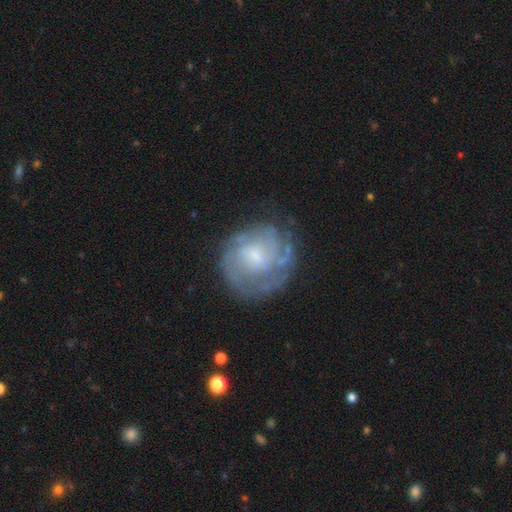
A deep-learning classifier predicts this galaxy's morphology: A featured or disk galaxy (73%) with no bar (63%), tight (58%) spiral arms (84%) and a small central bulge (50%).

Vote fractions:
- Smooth or featured? featured or disk: 73% / smooth: 19% / star or artifact: 8%
- Edge-on disk? no: 98% / yes: 2%
- Bar? no: 63% / weak: 32% / strong: 5%
- Spiral arms? yes: 84% / no: 16%
- Spiral winding? tight: 58% / medium: 31% / loose: 11%
- Spiral arm count? can't tell: 46% / 2: 18% / 3: 16% / 4: 8% / 1: 7% / more than 4: 5%
- Bulge size? small: 50% / moderate: 36% / none: 9% / large: 4% / dominant: 1%
- Merging? none: 68% / minor disturbance: 19% / major disturbance: 12% / merger: 2%